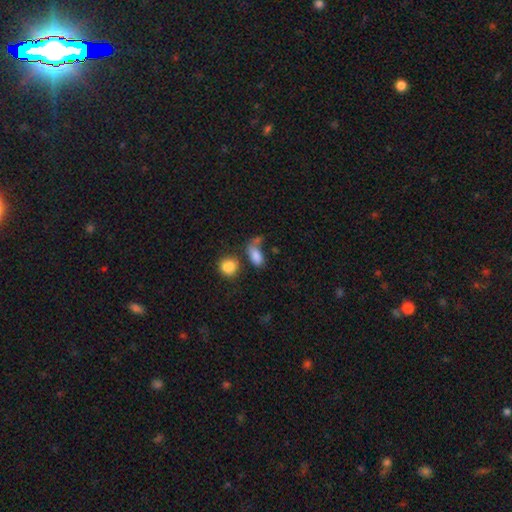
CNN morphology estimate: Smooth or featured?
  - smooth: 83% *
  - star or artifact: 10%
  - featured or disk: 7%
How rounded?
  - in between: 84% *
  - round: 11%
  - cigar-shaped: 4%
Merging?
  - none: 40% *
  - merger: 28%
  - minor disturbance: 18%
  - major disturbance: 14%